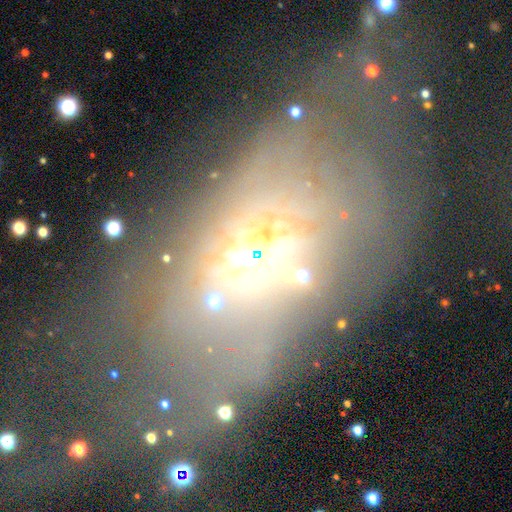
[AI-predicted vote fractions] The model was most divided on "merging": none: 38%, major disturbance: 34%, minor disturbance: 20%, merger: 8%. More confident: edge-on disk — no (72%); smooth or featured — featured or disk (53%).